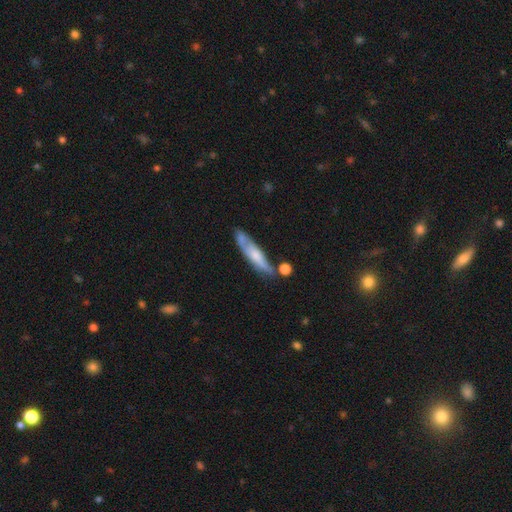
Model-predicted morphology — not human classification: This appears to be a smooth galaxy with no disk features (51%) that is cigar-shaped (79%). Merging: none (52%).